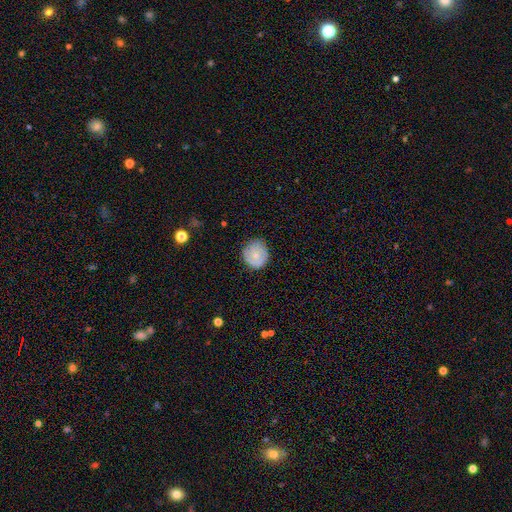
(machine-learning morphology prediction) smooth 58%, featured or disk 34%, star or artifact 8%. Down the decision tree: how rounded — round (87%); merging — none (73%).